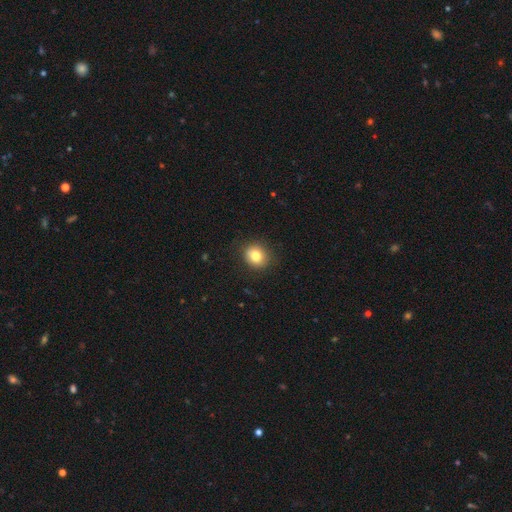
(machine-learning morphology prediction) Overall: smooth (80%). How rounded: round (75%). Merging: none (86%).